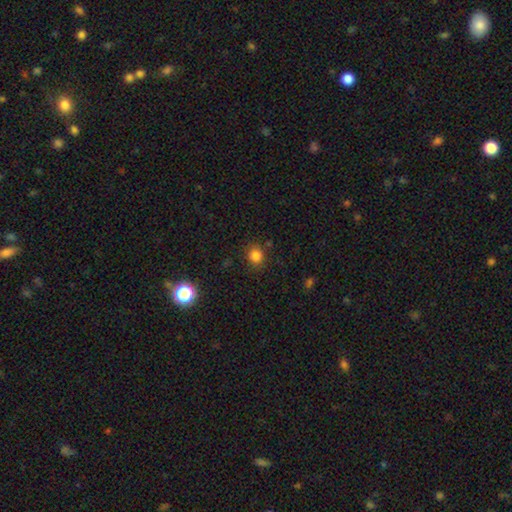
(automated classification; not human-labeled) The model was most divided on "how rounded": round: 80%, in between: 19%, cigar-shaped: 1%. More confident: merging — none (84%); smooth or featured — smooth (82%).